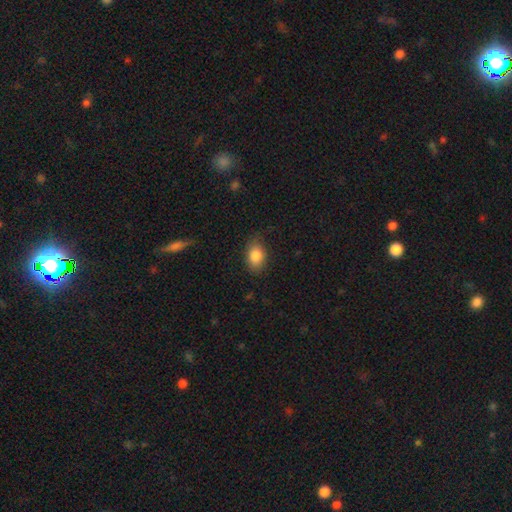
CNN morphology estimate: Smooth or featured? smooth (84%)
How rounded? in between (80%)
Merging? none (79%)